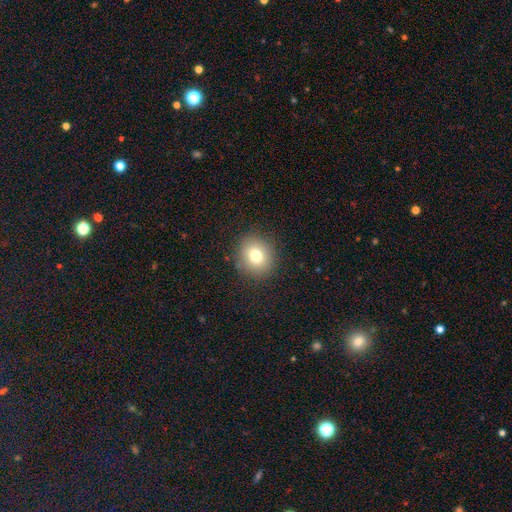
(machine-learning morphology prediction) Smooth or featured?
  - smooth: 77% *
  - star or artifact: 12%
  - featured or disk: 11%
How rounded?
  - round: 82% *
  - in between: 17%
  - cigar-shaped: 1%
Merging?
  - none: 88% *
  - minor disturbance: 8%
  - major disturbance: 3%
  - merger: 1%